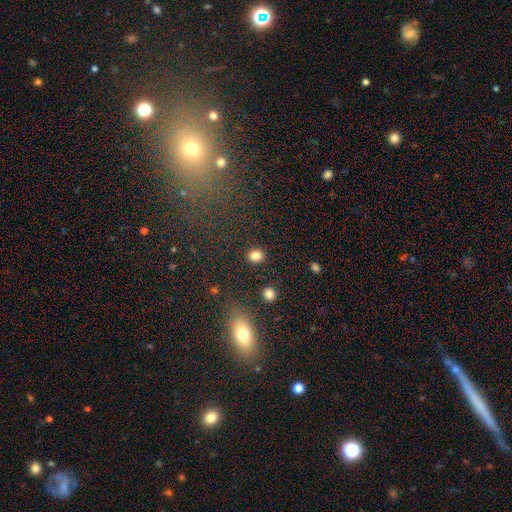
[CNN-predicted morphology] This appears to be a smooth galaxy with no disk features (84%) that is round (71%). Merging: none (89%).